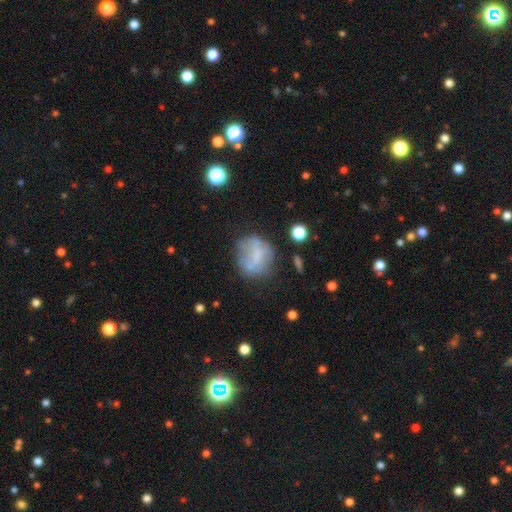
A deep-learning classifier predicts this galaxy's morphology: Smooth or featured? Predicted: smooth (p=0.53). How rounded? Predicted: round (p=0.69). Merging? Predicted: none (p=0.52).